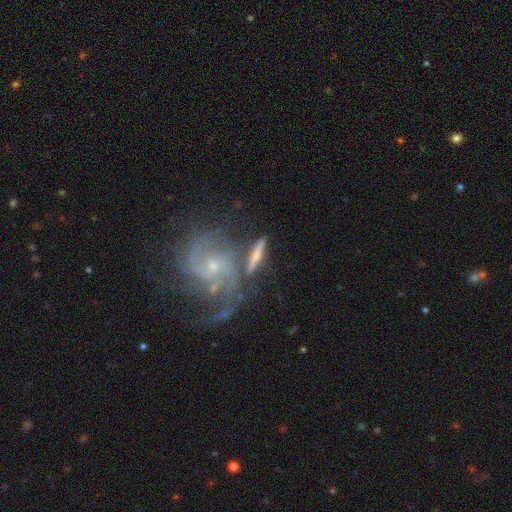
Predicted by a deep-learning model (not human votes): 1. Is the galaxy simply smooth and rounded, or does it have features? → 74% featured or disk, 17% smooth, 8% star or artifact.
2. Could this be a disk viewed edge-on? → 69% no, 31% yes.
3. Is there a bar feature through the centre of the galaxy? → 60% no, 27% weak, 13% strong.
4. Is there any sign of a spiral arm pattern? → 88% yes, 12% no.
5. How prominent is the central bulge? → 72% small, 21% moderate, 3% none, 2% large, 1% dominant.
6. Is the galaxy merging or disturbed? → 51% none, 20% merger, 19% minor disturbance, 10% major disturbance.